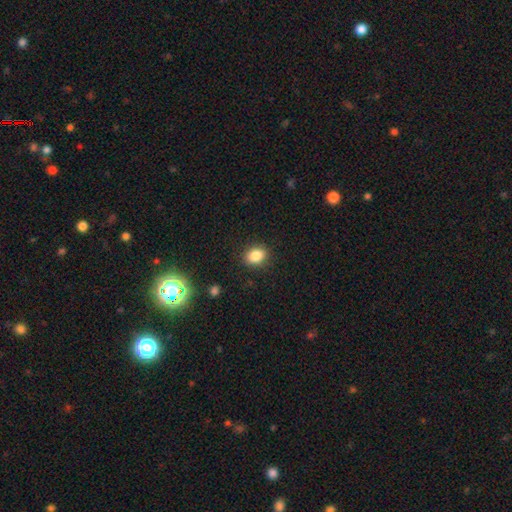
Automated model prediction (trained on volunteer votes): A smooth galaxy with no disk features (85%) that is in between round and cigar-shaped (60%). Merging: none (88%).